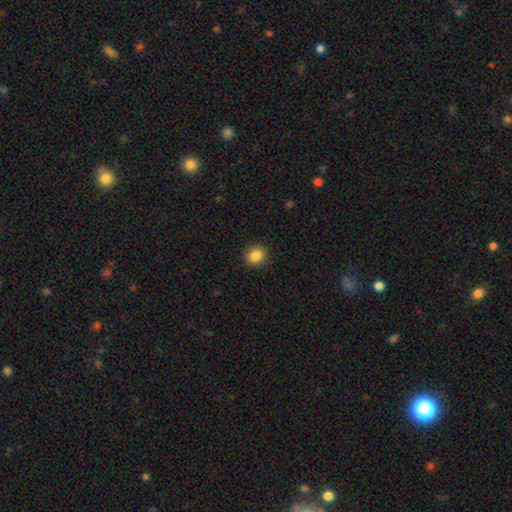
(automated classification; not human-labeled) The model was most divided on "how rounded": round: 71%, in between: 28%, cigar-shaped: 1%. More confident: merging — none (88%); smooth or featured — smooth (87%).